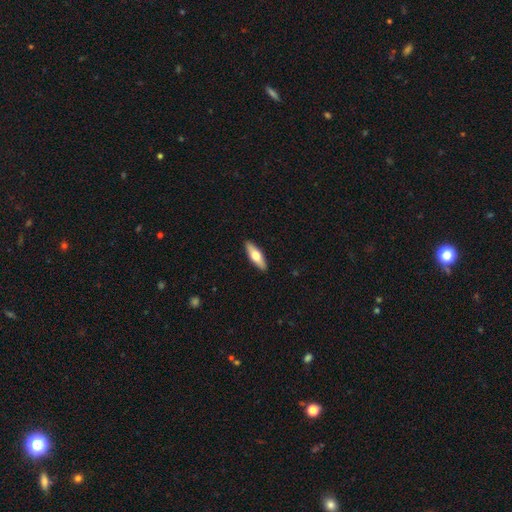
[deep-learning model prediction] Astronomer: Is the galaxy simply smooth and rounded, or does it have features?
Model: smooth — 56% (runner-up: featured or disk, 39%).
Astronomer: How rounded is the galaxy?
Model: cigar-shaped — 50% (runner-up: in between, 48%).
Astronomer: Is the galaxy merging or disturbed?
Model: none — 90%.